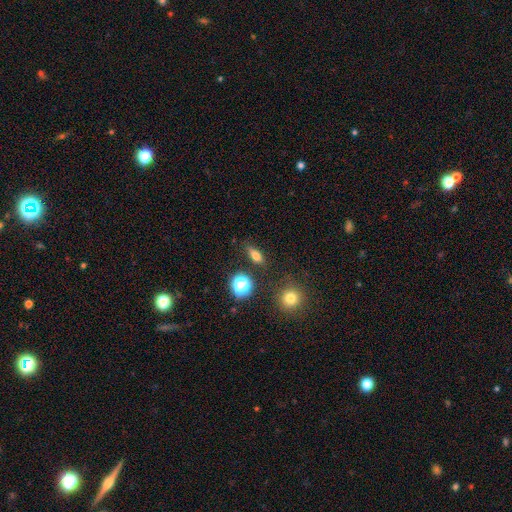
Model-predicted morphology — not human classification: smooth-or-featured: smooth: 70% | star or artifact: 17% | featured or disk: 13%
  how-rounded: in between: 63% | round: 20% | cigar-shaped: 17%
  merging: none: 80% | minor disturbance: 13% | major disturbance: 4% | merger: 3%